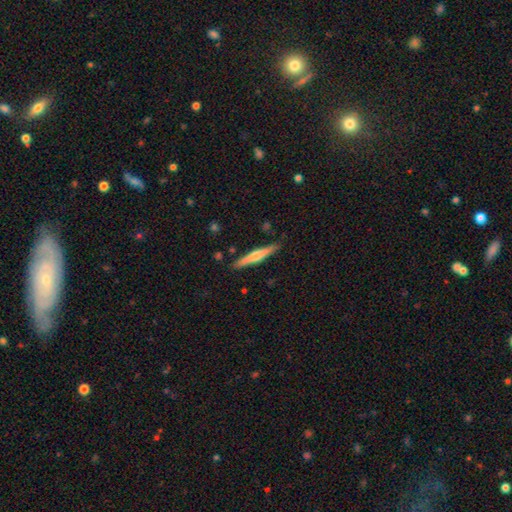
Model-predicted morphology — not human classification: Smooth or featured? Predicted: featured or disk (p=0.48). Merging? Predicted: none (p=0.88).